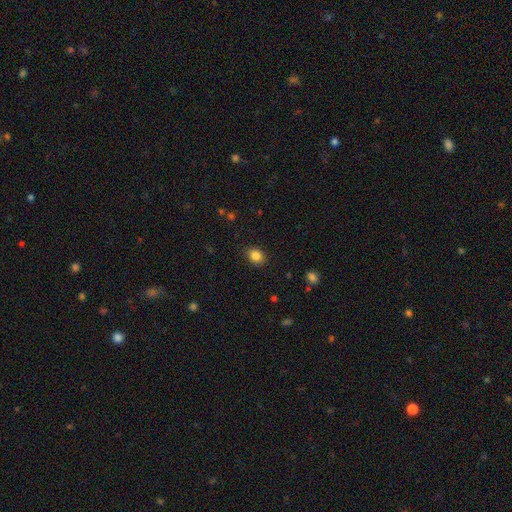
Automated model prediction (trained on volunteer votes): Smooth or featured? Predicted: smooth (p=0.85). How rounded? Predicted: in between (p=0.51). Merging? Predicted: none (p=0.87).